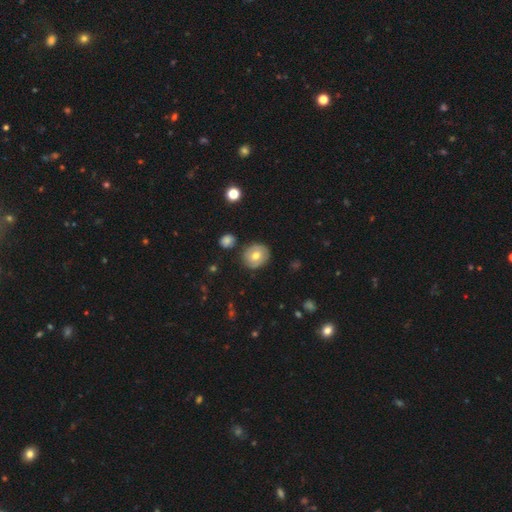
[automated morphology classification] The model was most divided on "smooth or featured": smooth: 59%, featured or disk: 32%, star or artifact: 9%. More confident: merging — none (81%); how rounded — round (76%).